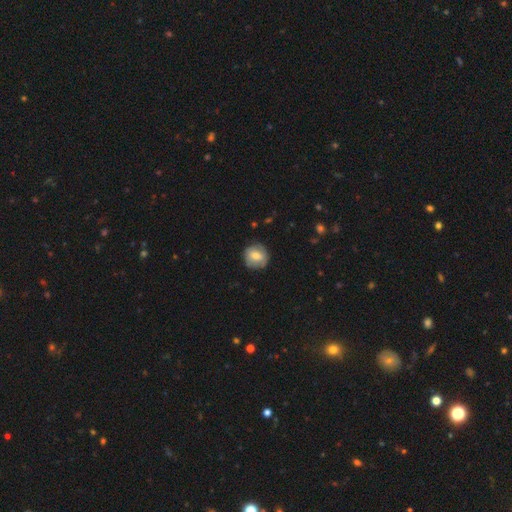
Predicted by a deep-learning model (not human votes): Smooth or featured? smooth (65%)
How rounded? round (85%)
Merging? none (81%)